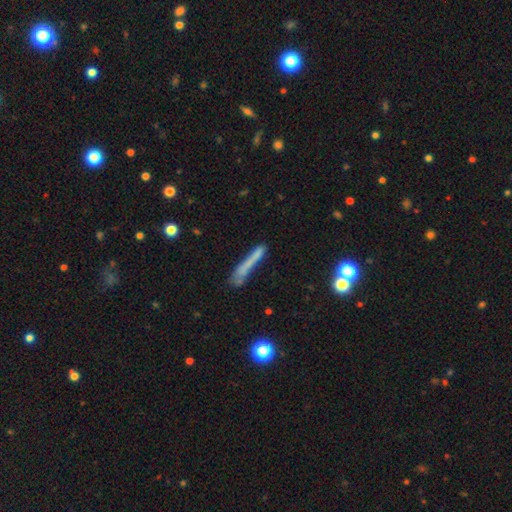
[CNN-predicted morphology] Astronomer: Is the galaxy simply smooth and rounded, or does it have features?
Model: smooth — 57%.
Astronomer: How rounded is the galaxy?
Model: cigar-shaped — 92%.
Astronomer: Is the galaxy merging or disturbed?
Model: none — 53%.